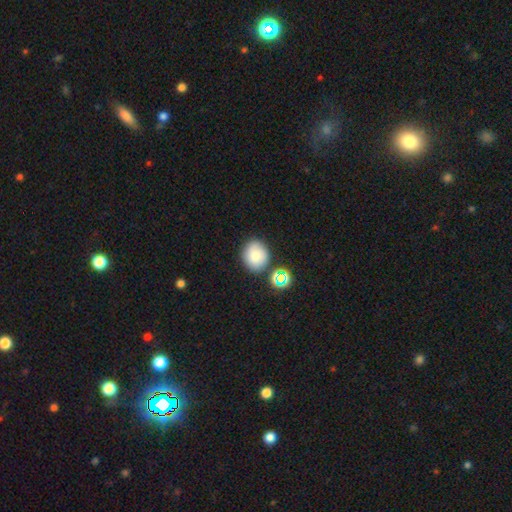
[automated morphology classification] Smooth or featured? Predicted: smooth (p=0.76). How rounded? Predicted: round (p=0.71). Merging? Predicted: none (p=0.75).